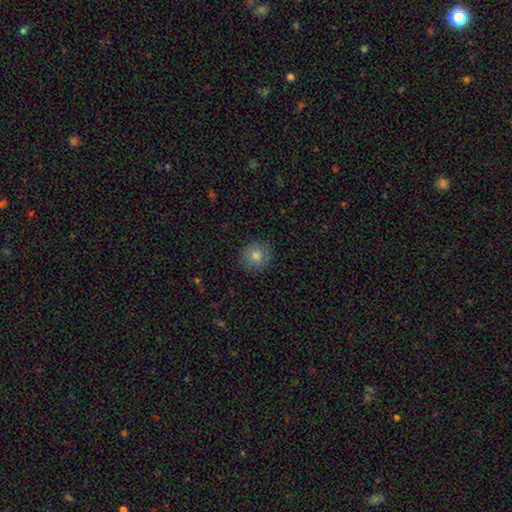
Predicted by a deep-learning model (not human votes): A smooth galaxy with no disk features (76%) that is round (90%).

Vote fractions:
- Smooth or featured? smooth: 76% / featured or disk: 12% / star or artifact: 11%
- How rounded? round: 90% / in between: 9% / cigar-shaped: 1%
- Merging? none: 87% / minor disturbance: 10% / major disturbance: 2% / merger: 1%